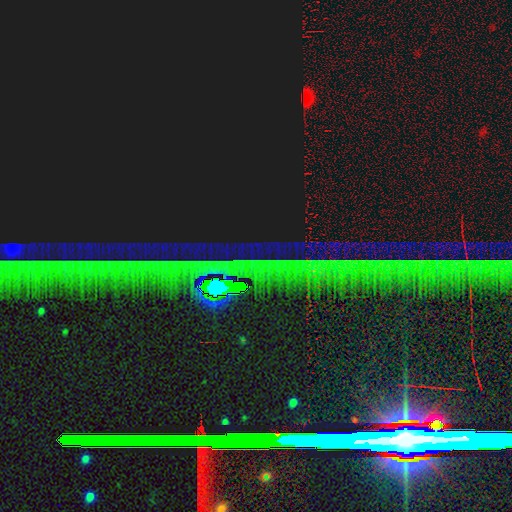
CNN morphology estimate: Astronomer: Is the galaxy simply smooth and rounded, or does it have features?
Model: star or artifact — 83%.